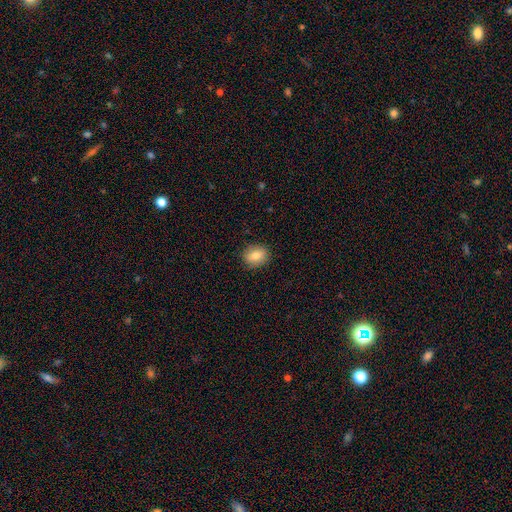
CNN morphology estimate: This is likely a smooth galaxy (78%). How rounded: possibly round (59%). Merging: clearly none (88%).